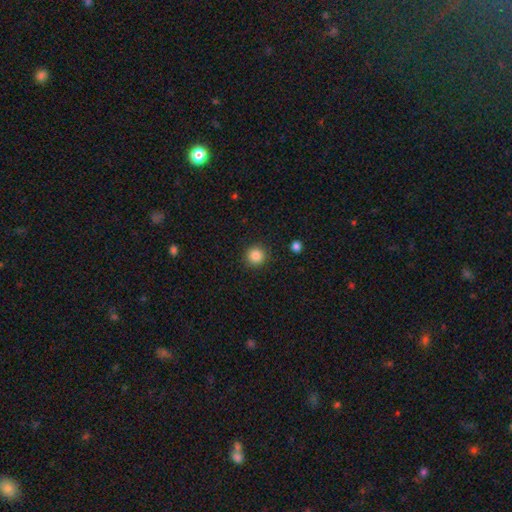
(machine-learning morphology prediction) Smooth or featured?
  - smooth: 86% *
  - star or artifact: 10%
  - featured or disk: 4%
How rounded?
  - round: 94% *
  - in between: 5%
  - cigar-shaped: 1%
Merging?
  - none: 90% *
  - minor disturbance: 6%
  - major disturbance: 2%
  - merger: 1%